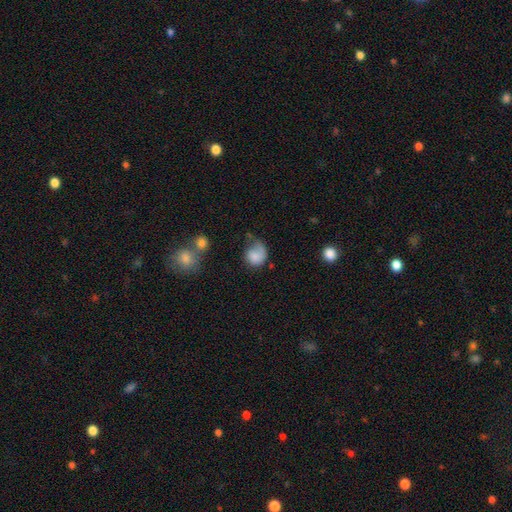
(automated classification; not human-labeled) A smooth galaxy with no disk features (73%) that is round (63%).

Vote fractions:
- Smooth or featured? smooth: 73% / featured or disk: 19% / star or artifact: 8%
- How rounded? round: 63% / in between: 36% / cigar-shaped: 1%
- Merging? none: 34% / major disturbance: 32% / minor disturbance: 28% / merger: 6%